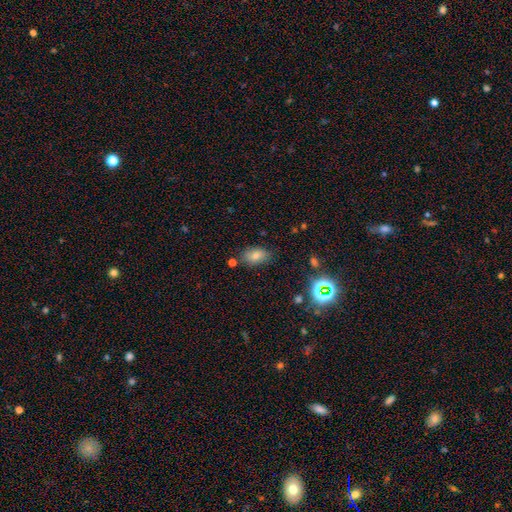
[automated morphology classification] Q: Smooth or featured?
A: smooth (74%); runner-up: star or artifact (14%)
Q: How rounded?
A: in between (87%); runner-up: round (12%)
Q: Merging?
A: none (79%); runner-up: minor disturbance (14%)